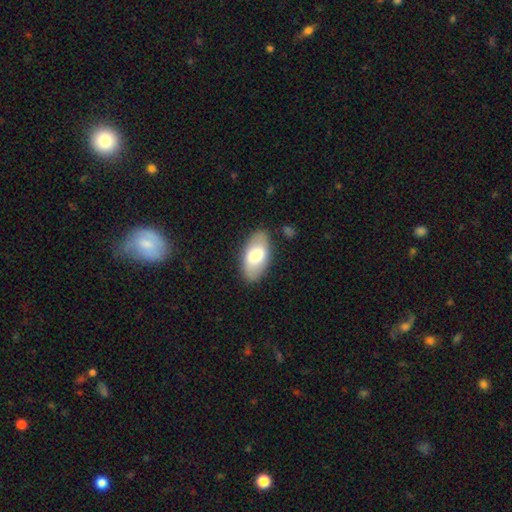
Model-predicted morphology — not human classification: Overall: smooth (69%). How rounded: in between (94%). Merging: none (81%).